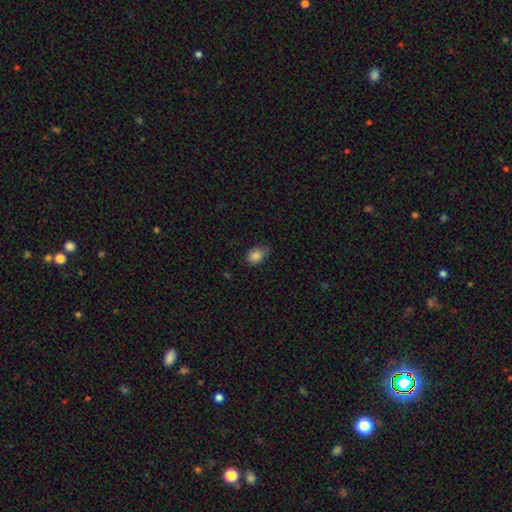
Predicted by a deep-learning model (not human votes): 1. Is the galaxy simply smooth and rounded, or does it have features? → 85% smooth, 9% star or artifact, 6% featured or disk.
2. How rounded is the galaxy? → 74% in between, 24% round, 1% cigar-shaped.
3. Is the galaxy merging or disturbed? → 64% none, 29% minor disturbance, 5% major disturbance, 1% merger.